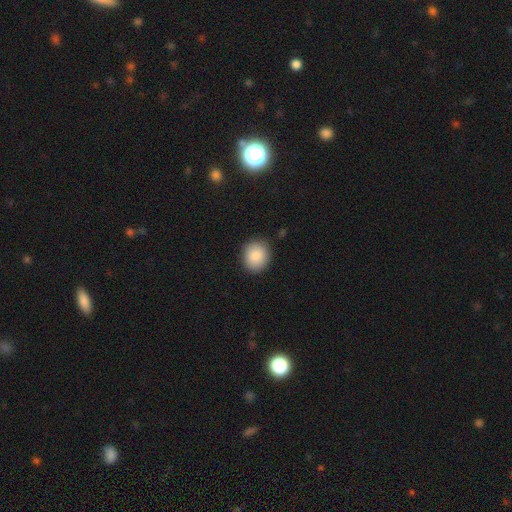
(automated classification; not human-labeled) smooth_or_featured: smooth (p=0.87) [alt: star or artifact p=0.08]
how_rounded: round (p=0.72) [alt: in between p=0.27]
merging: none (p=0.88) [alt: minor disturbance p=0.09]